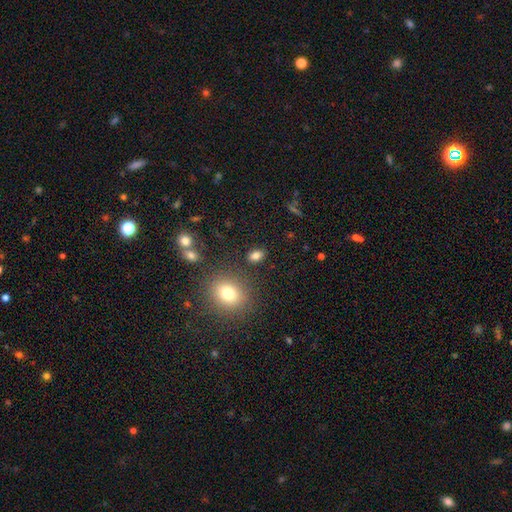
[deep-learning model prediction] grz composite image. It shows a smooth galaxy with no disk features (82%) that is in between round and cigar-shaped (75%). Merging: none (84%).